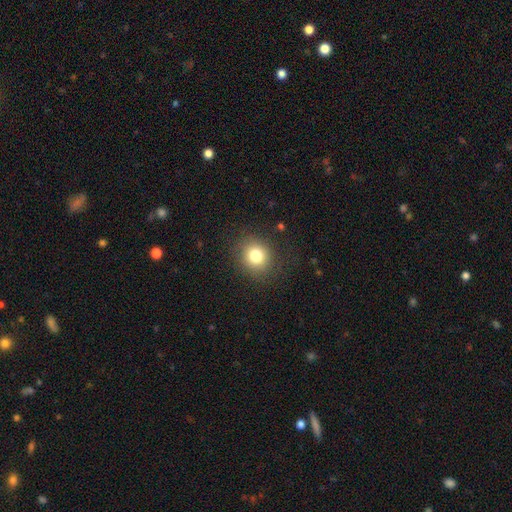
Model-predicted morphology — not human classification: Overall: smooth (79%). How rounded: round (83%). Merging: none (87%).